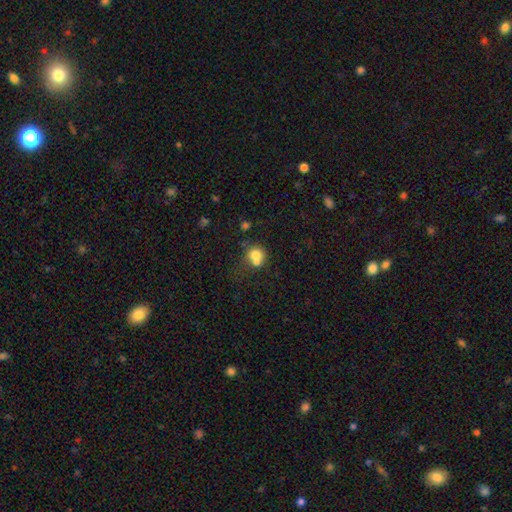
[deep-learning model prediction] Q: Smooth or featured?
A: smooth (73%); runner-up: featured or disk (15%)
Q: How rounded?
A: round (79%); runner-up: in between (21%)
Q: Merging?
A: merger (51%); runner-up: none (34%)